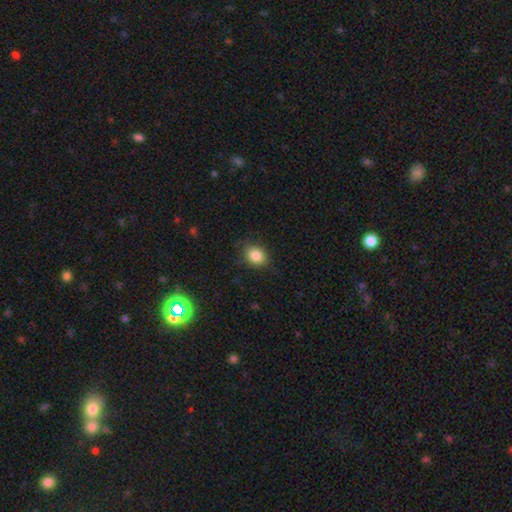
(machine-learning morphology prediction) Smooth or featured? Predicted: smooth (p=0.84). How rounded? Predicted: round (p=0.54). Merging? Predicted: none (p=0.80).